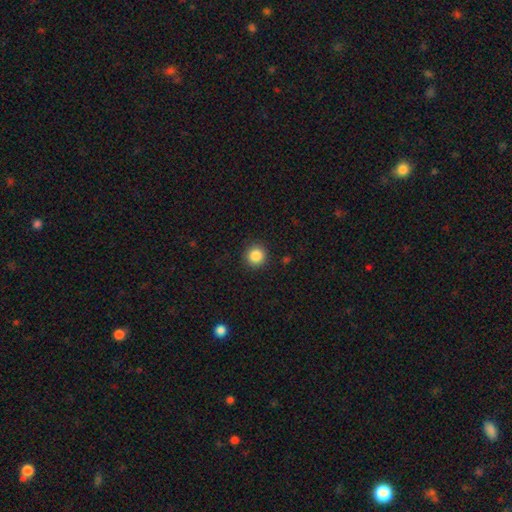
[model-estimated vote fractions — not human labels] A smooth galaxy with no disk features (86%) that is round (94%). Merging: none (91%).